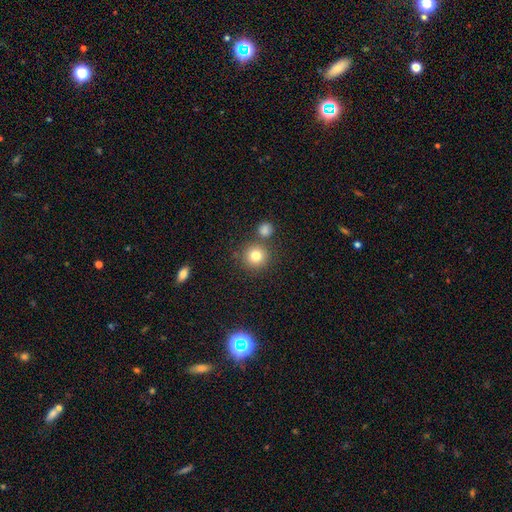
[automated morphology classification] A smooth galaxy with no disk features (81%) that is round (93%). Merging: none (77%).